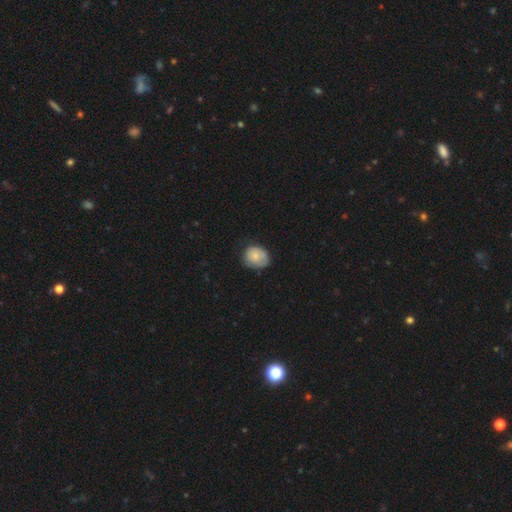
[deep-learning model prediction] Smooth or featured? smooth (72%)
How rounded? round (58%)
Merging? none (58%)